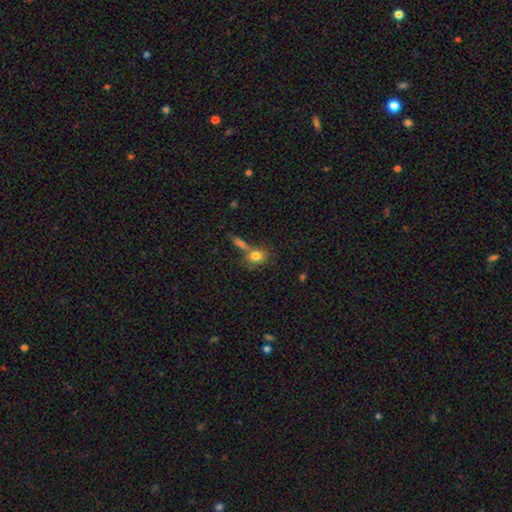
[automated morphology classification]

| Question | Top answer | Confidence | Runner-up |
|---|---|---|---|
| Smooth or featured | smooth | 79% | featured or disk (12%) |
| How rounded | round | 49% | in between (47%) |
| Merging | none | 50% | merger (30%) |